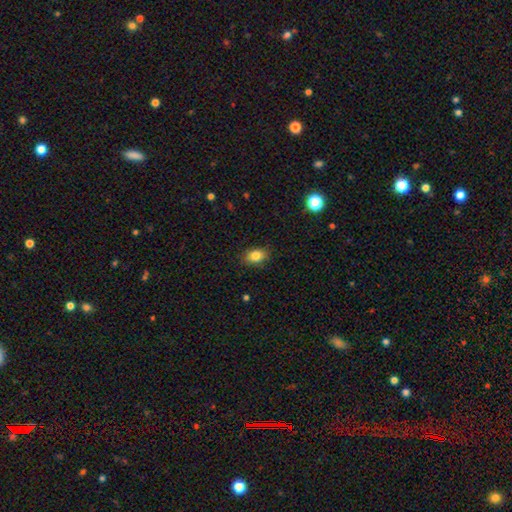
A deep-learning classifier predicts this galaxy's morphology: Smooth or featured? Predicted: smooth (p=0.83). How rounded? Predicted: in between (p=0.80). Merging? Predicted: none (p=0.86).